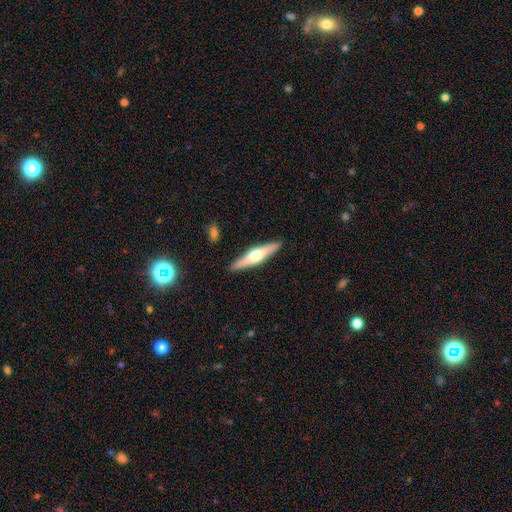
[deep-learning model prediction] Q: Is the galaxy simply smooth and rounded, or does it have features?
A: featured or disk — 57%.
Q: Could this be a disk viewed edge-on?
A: yes — 95%.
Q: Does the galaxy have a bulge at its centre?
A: rounded — 91%.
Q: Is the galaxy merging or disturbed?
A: none — 89%.